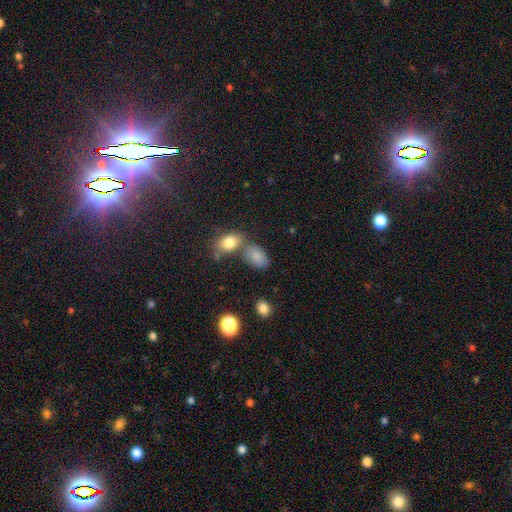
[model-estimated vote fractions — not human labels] The model was most divided on "merging": none: 54%, merger: 23%, minor disturbance: 17%, major disturbance: 6%. More confident: how rounded — in between (89%); smooth or featured — smooth (79%).